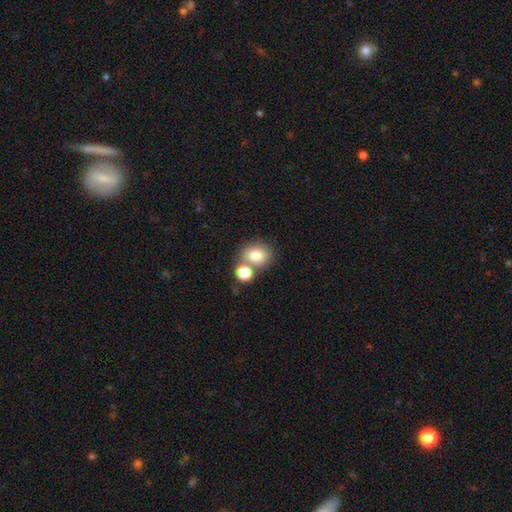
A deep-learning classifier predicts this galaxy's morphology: Q: Smooth or featured?
A: smooth (79%); runner-up: star or artifact (11%)
Q: How rounded?
A: round (65%); runner-up: in between (34%)
Q: Merging?
A: none (54%); runner-up: merger (33%)